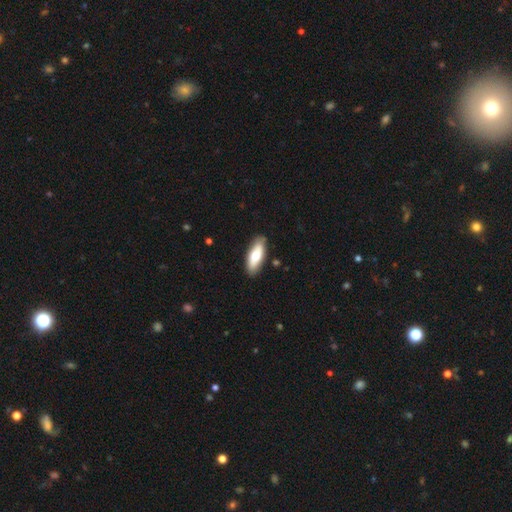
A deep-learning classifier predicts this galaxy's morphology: type=smooth (67%); roundness=in between (76%); merging=none (86%).